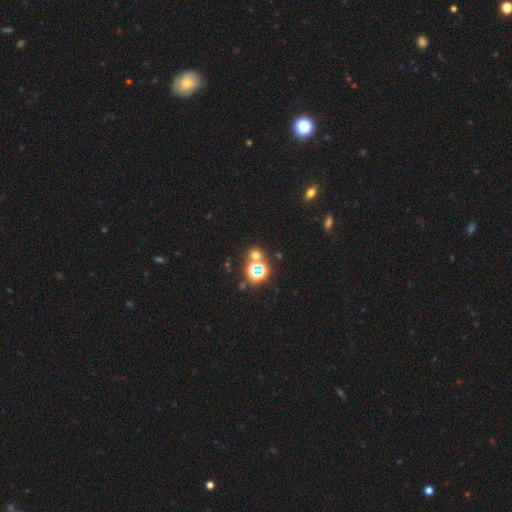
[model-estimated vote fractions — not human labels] smooth-or-featured: star or artifact: 47% | smooth: 46% | featured or disk: 8%